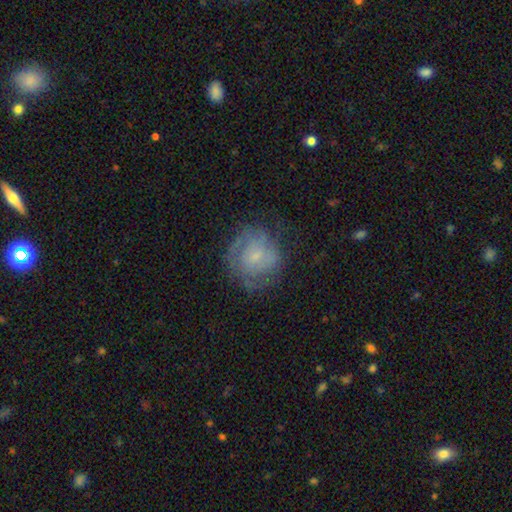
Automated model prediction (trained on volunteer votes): Smooth or featured: featured or disk — 56% (smooth — 34%)
Edge-on disk: no — 97% (yes — 3%)
Bar: no — 73% (weak — 23%)
Spiral arms: yes — 77% (no — 23%)
Bulge size: small — 65% (moderate — 21%)
Merging: none — 67% (minor disturbance — 21%)